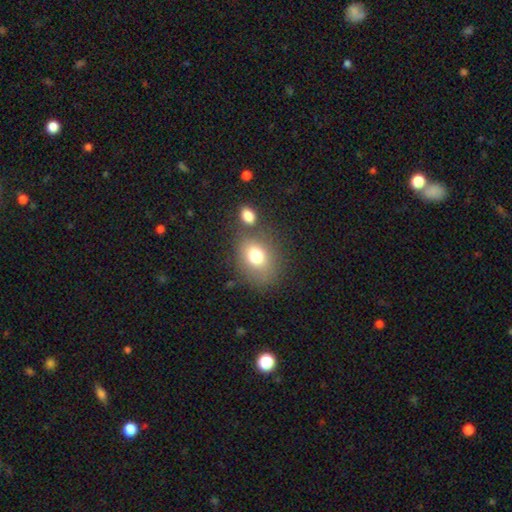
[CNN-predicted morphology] Smooth or featured?
  - smooth: 75% *
  - featured or disk: 14%
  - star or artifact: 11%
How rounded?
  - in between: 55% *
  - round: 44%
  - cigar-shaped: 1%
Merging?
  - none: 62% *
  - merger: 18%
  - minor disturbance: 14%
  - major disturbance: 6%